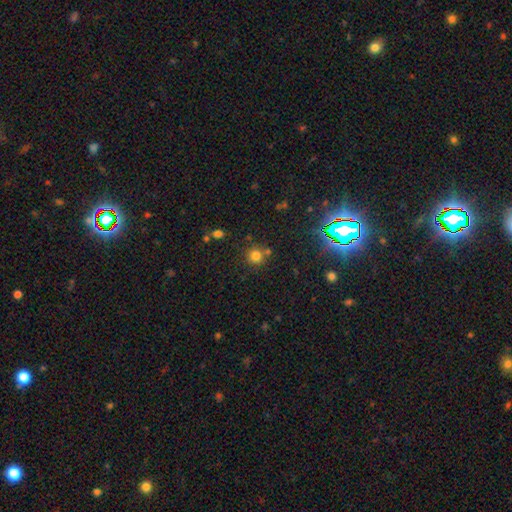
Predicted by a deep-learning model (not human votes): This is likely a smooth galaxy (75%). How rounded: clearly round (92%). Merging: likely none (73%).